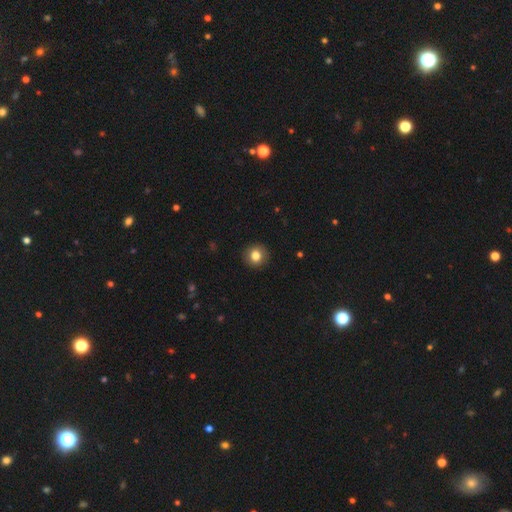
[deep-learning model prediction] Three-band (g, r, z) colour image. It shows a smooth galaxy with no disk features (82%) that is round (91%). Merging: none (91%).